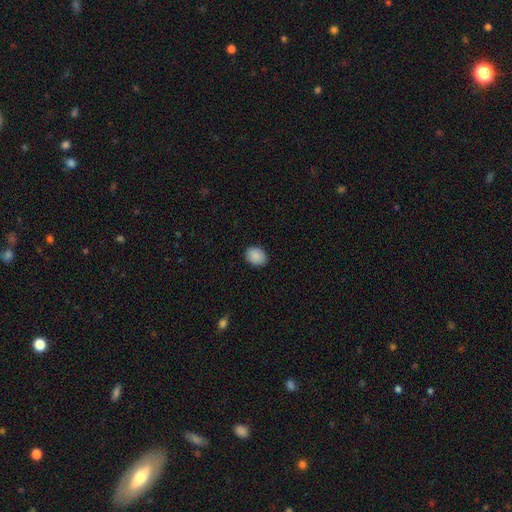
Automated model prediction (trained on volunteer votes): smooth-or-featured: smooth: 89% | star or artifact: 7% | featured or disk: 4%
  how-rounded: in between: 60% | round: 39% | cigar-shaped: 1%
  merging: none: 88% | minor disturbance: 9% | major disturbance: 2% | merger: 1%